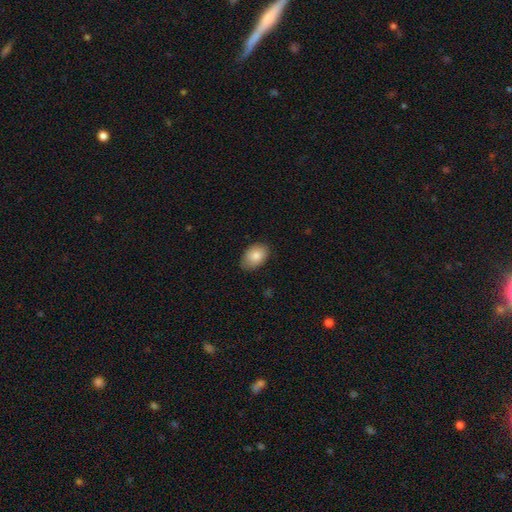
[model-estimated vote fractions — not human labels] Smooth or featured? smooth (86%)
How rounded? in between (87%)
Merging? none (79%)